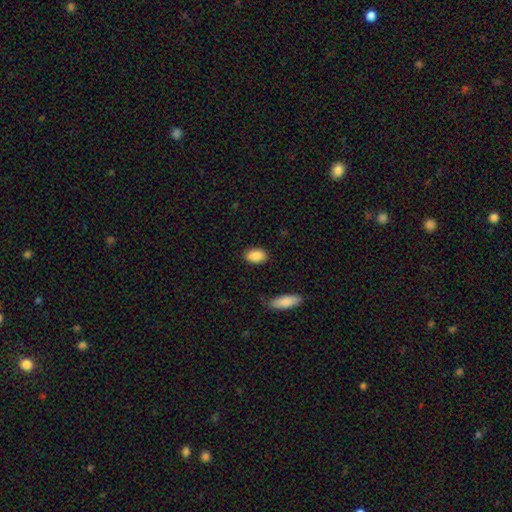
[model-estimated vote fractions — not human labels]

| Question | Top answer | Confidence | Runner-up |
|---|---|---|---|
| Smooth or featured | smooth | 89% | star or artifact (7%) |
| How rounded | in between | 89% | round (9%) |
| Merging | none | 85% | minor disturbance (10%) |